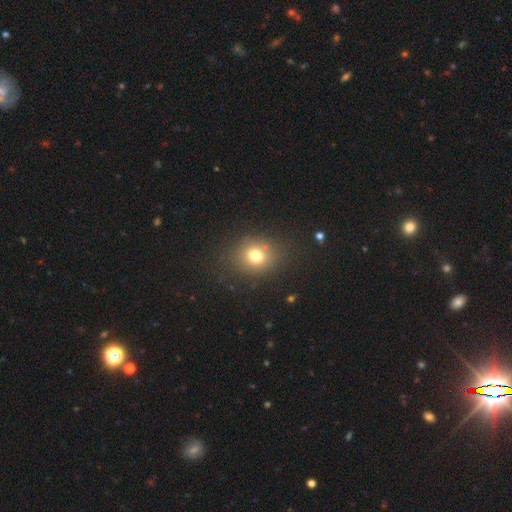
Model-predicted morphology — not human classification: Overall: smooth (75%). How rounded: round (70%). Merging: none (82%).